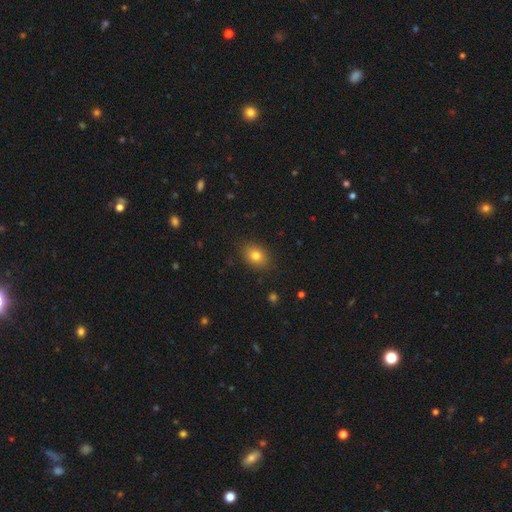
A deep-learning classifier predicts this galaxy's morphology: Q: Smooth or featured?
A: smooth (81%); runner-up: star or artifact (10%)
Q: How rounded?
A: in between (68%); runner-up: round (31%)
Q: Merging?
A: none (87%); runner-up: minor disturbance (10%)